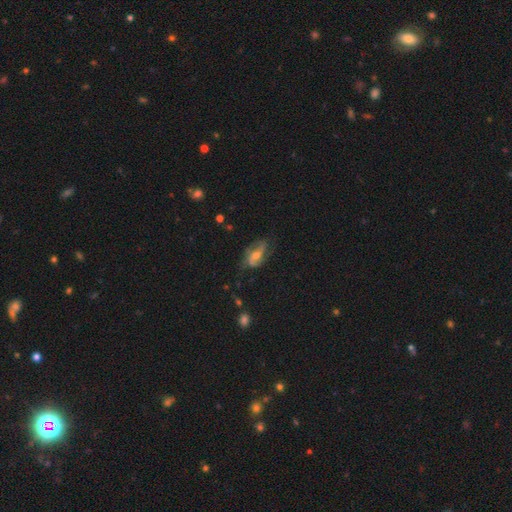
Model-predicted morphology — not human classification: type=featured or disk (70%); edge-on=no (92%); bar=no (42%); spiral arms=yes (88%); winding=loose (43%); arm count=2 (76%); bulge=moderate (57%); merging=none (62%).